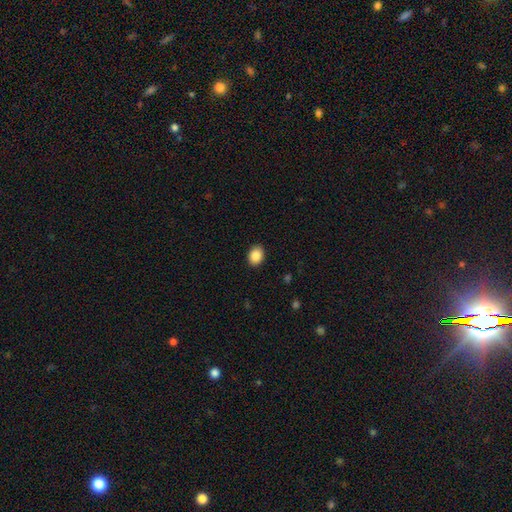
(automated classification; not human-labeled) Q: Smooth or featured?
A: smooth (89%); runner-up: star or artifact (8%)
Q: How rounded?
A: in between (62%); runner-up: round (37%)
Q: Merging?
A: none (90%); runner-up: minor disturbance (7%)